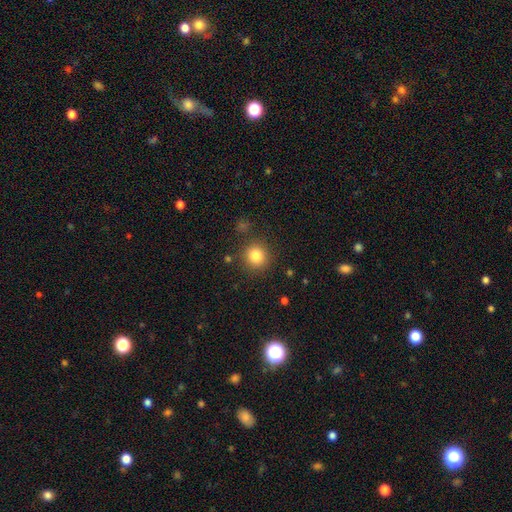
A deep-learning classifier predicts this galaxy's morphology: Smooth or featured?
  - smooth: 83% *
  - star or artifact: 11%
  - featured or disk: 6%
How rounded?
  - round: 92% *
  - in between: 7%
  - cigar-shaped: 1%
Merging?
  - none: 87% *
  - minor disturbance: 7%
  - major disturbance: 3%
  - merger: 3%